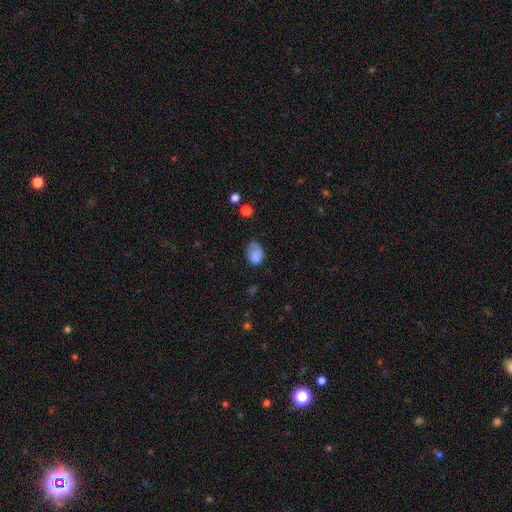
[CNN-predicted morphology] type=smooth (81%); roundness=in between (75%); merging=none (47%).